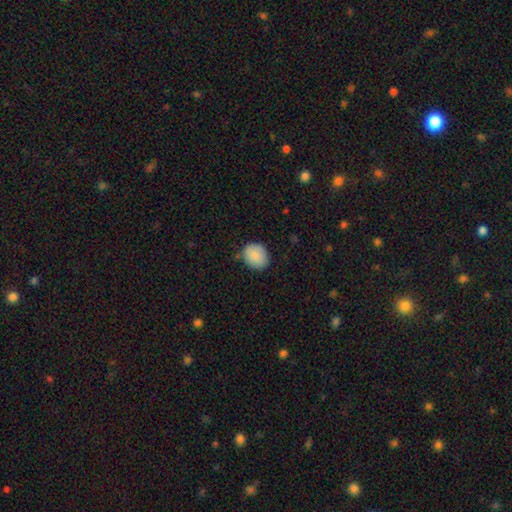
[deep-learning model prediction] The model was most divided on "how rounded": round: 63%, in between: 36%, cigar-shaped: 1%. More confident: smooth or featured — smooth (88%); merging — none (77%).